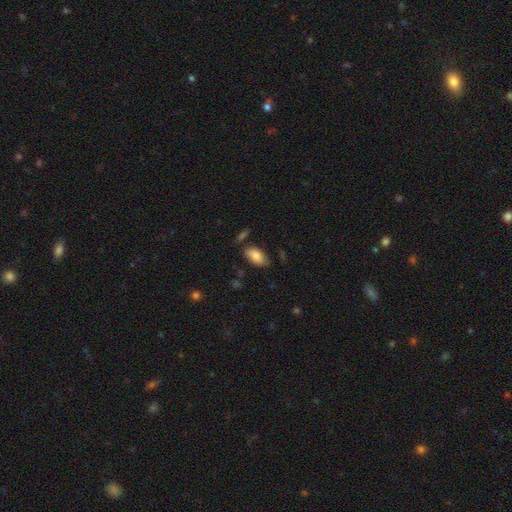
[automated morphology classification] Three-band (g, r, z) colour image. It shows a smooth galaxy with no disk features (84%) that is in between round and cigar-shaped (94%). Merging: none (78%).